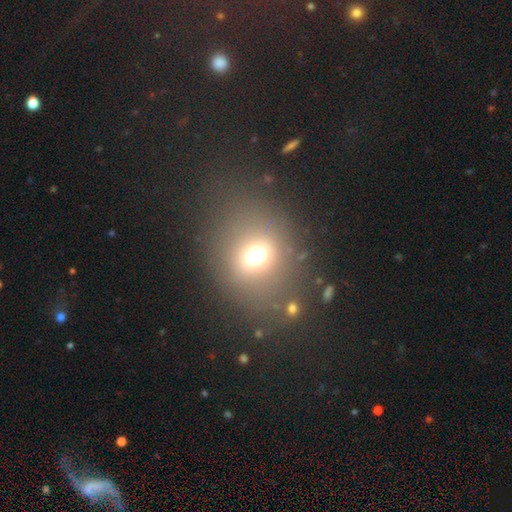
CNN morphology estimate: This is likely a smooth galaxy (67%). How rounded: likely round (74%). Merging: likely none (75%).